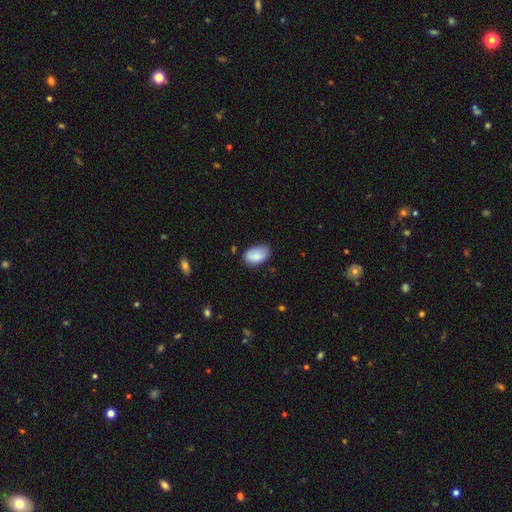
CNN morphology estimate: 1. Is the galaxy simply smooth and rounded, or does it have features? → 86% smooth, 7% featured or disk, 7% star or artifact.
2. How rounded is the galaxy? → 93% in between, 6% round, 1% cigar-shaped.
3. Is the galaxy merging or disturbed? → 66% none, 28% minor disturbance, 4% major disturbance, 2% merger.